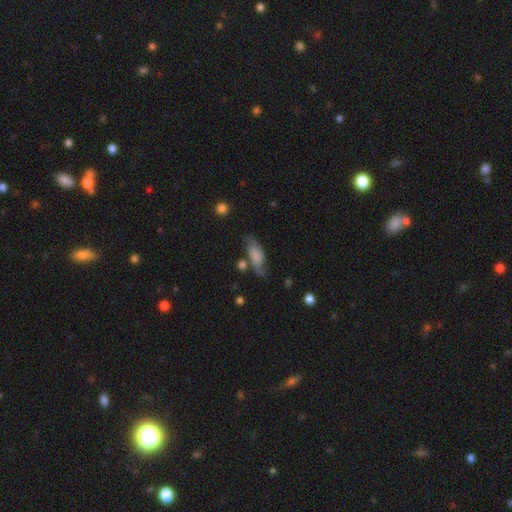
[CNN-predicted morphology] Smooth or featured? Predicted: featured or disk (p=0.48). Merging? Predicted: none (p=0.56).